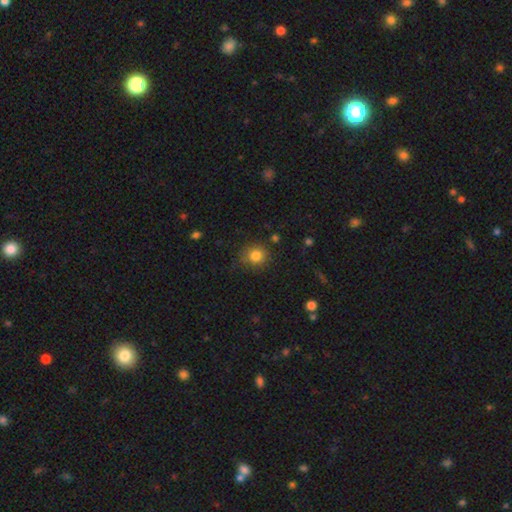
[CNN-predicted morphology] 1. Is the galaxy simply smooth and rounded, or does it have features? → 83% smooth, 12% star or artifact, 6% featured or disk.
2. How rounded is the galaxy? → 88% round, 11% in between, 1% cigar-shaped.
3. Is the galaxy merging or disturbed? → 82% none, 13% minor disturbance, 4% major disturbance, 2% merger.